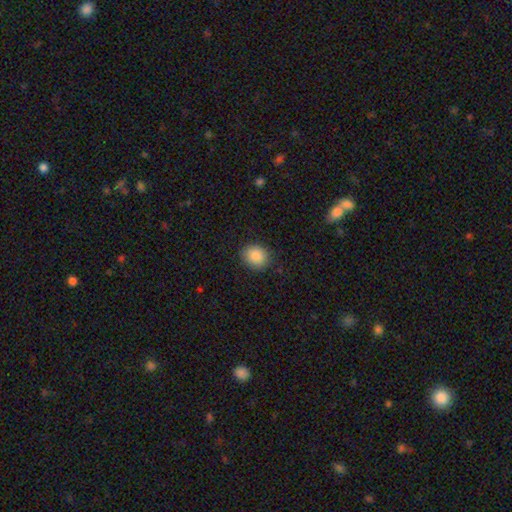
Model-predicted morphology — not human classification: Smooth or featured? smooth (88%)
How rounded? round (67%)
Merging? none (86%)